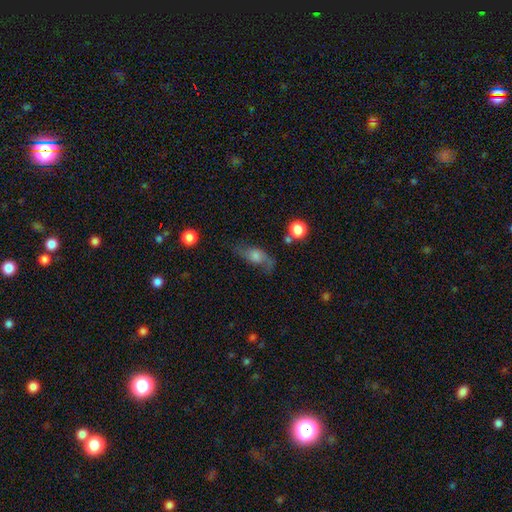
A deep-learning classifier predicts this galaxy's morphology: This is possibly a featured or disk galaxy (55%). It is clearly not viewed edge-on (84%). Merging: possibly none (56%).